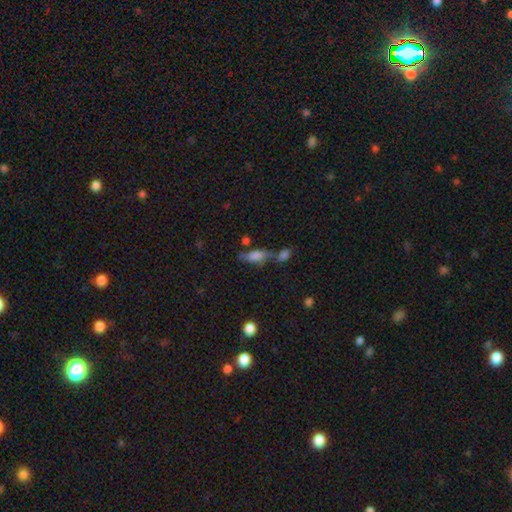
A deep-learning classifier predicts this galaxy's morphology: Q: Smooth or featured?
A: smooth (68%); runner-up: featured or disk (21%)
Q: How rounded?
A: in between (70%); runner-up: cigar-shaped (25%)
Q: Merging?
A: none (41%); runner-up: merger (32%)